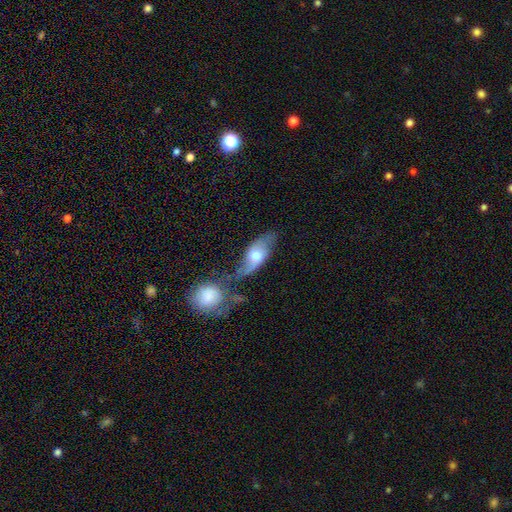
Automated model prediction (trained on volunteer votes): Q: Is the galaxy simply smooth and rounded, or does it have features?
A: smooth — 48%.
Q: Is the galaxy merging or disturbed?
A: none — 45%.